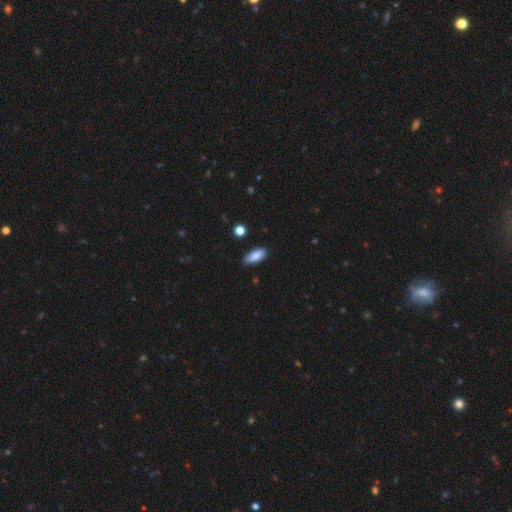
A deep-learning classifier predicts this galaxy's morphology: smooth-or-featured: smooth: 84% | featured or disk: 9% | star or artifact: 7%
  how-rounded: in between: 82% | cigar-shaped: 16% | round: 2%
  merging: none: 80% | minor disturbance: 16% | major disturbance: 2% | merger: 2%